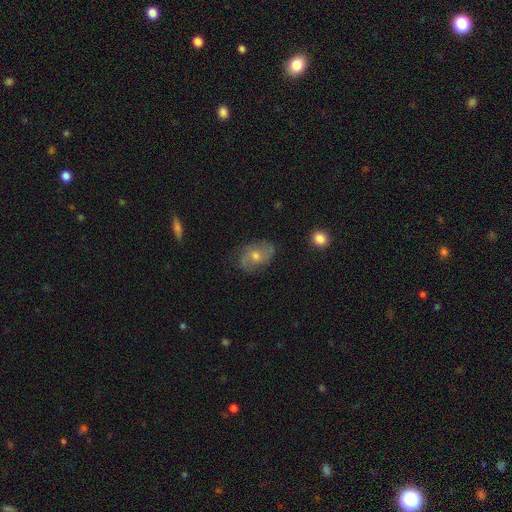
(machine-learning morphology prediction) The model was most divided on "spiral winding": medium: 43%, loose: 32%, tight: 25%. More confident: edge-on disk — no (95%); spiral arms — yes (86%); merging — none (75%); spiral arm count — 2 (71%); bar — no (68%); smooth or featured — featured or disk (63%); bulge size — moderate (59%).